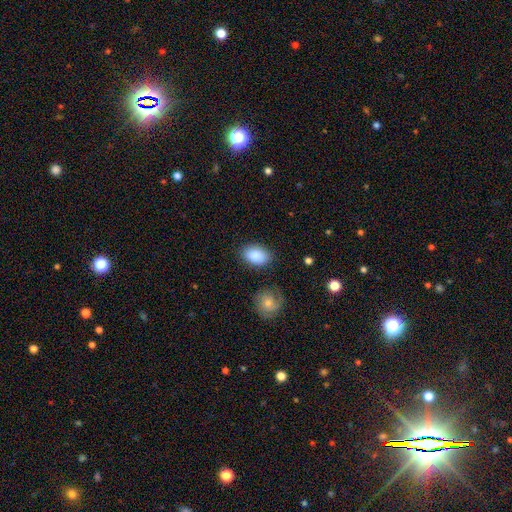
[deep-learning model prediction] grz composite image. It shows a smooth galaxy with no disk features (87%) that is in between round and cigar-shaped (86%). Merging: none (81%).